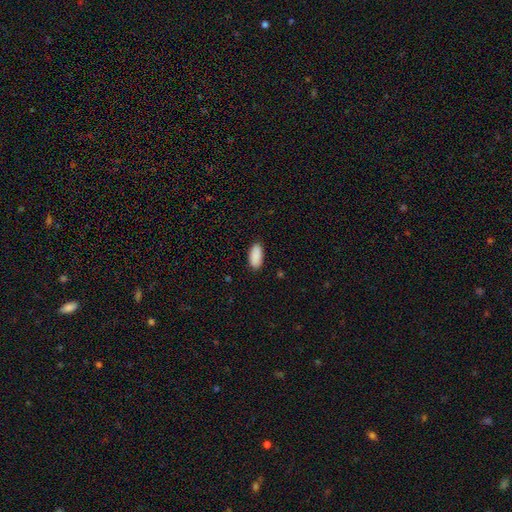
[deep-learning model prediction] A smooth galaxy with no disk features (91%) that is in between round and cigar-shaped (92%). Merging: none (88%).